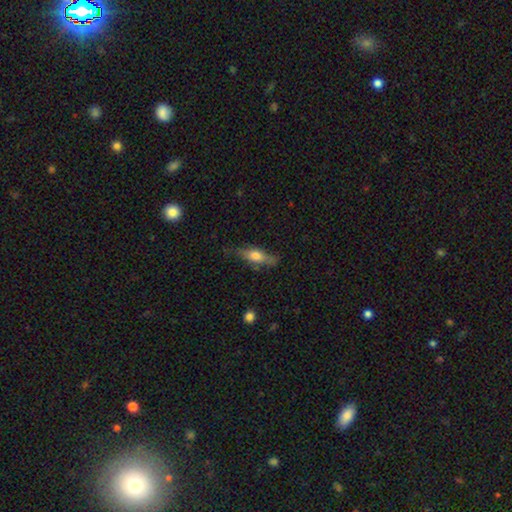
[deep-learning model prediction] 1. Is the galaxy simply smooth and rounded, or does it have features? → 59% smooth, 35% featured or disk, 7% star or artifact.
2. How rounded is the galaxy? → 50% in between, 47% cigar-shaped, 3% round.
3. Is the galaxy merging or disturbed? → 69% none, 23% minor disturbance, 6% major disturbance, 2% merger.